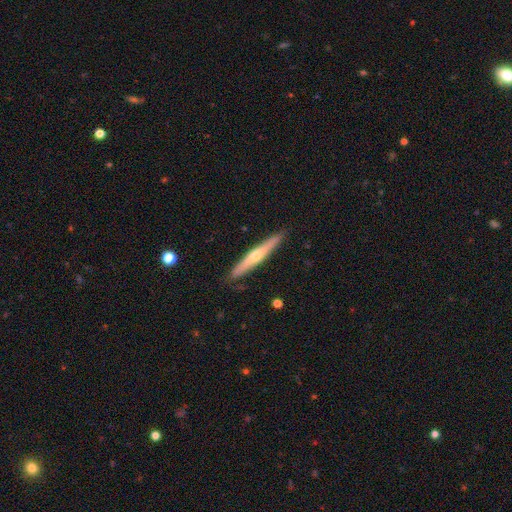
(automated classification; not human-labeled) Smooth or featured? Predicted: featured or disk (p=0.60). Edge-on disk? Predicted: yes (p=0.95). Edge-on bulge? Predicted: rounded (p=0.79). Merging? Predicted: none (p=0.89).